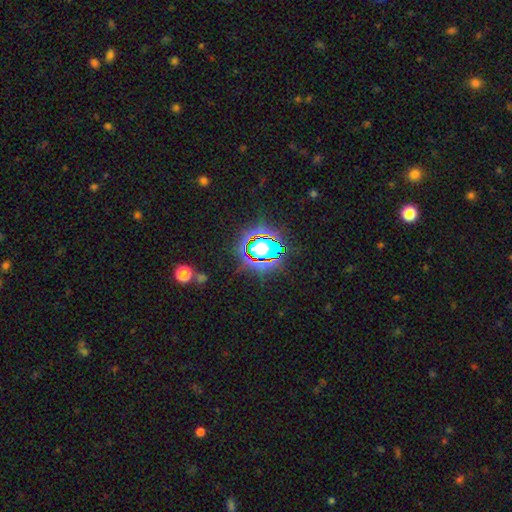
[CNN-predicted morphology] This appears to be a star or artifact, not a galaxy (68%).